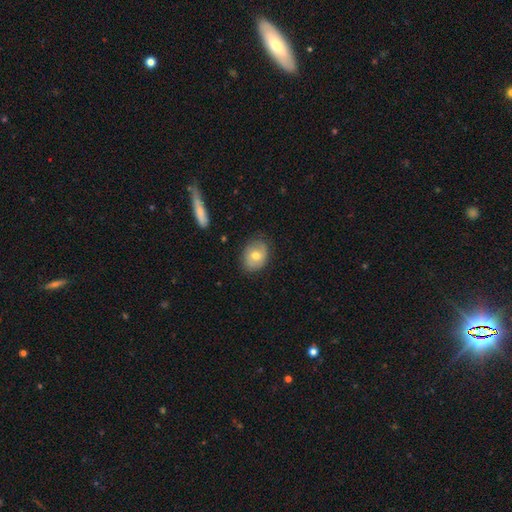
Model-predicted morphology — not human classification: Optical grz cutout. It shows a smooth galaxy with no disk features (67%) that is in between round and cigar-shaped (59%). Merging: none (81%).